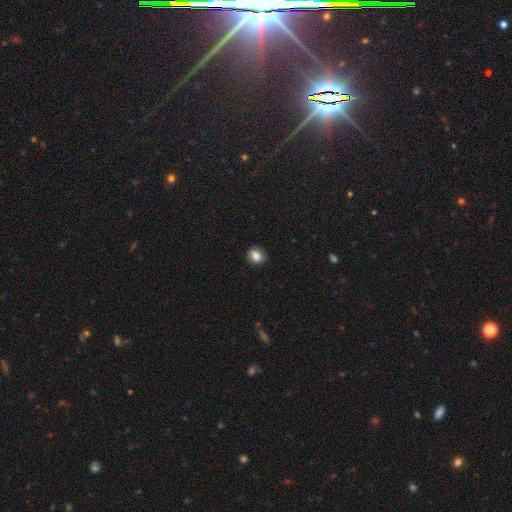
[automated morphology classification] This appears to be a smooth galaxy with no disk features (84%) that is round (61%). Merging: none (88%).